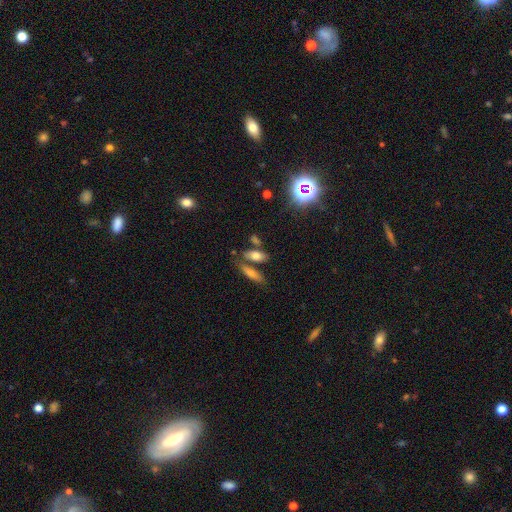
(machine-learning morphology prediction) Q: Smooth or featured?
A: smooth (70%); runner-up: featured or disk (19%)
Q: How rounded?
A: in between (72%); runner-up: cigar-shaped (24%)
Q: Merging?
A: none (60%); runner-up: merger (23%)